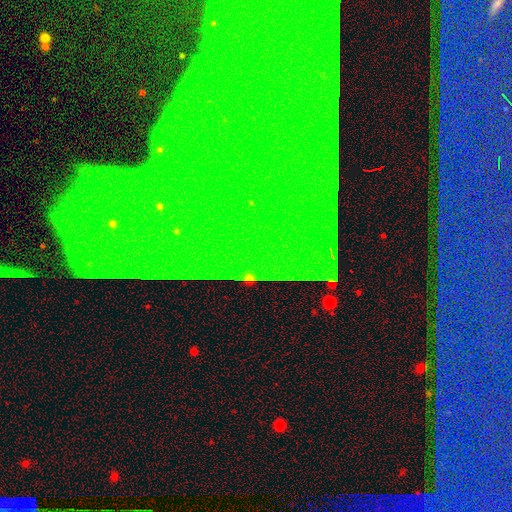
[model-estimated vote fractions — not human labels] smooth_or_featured: star or artifact (p=0.84) [alt: featured or disk p=0.09]